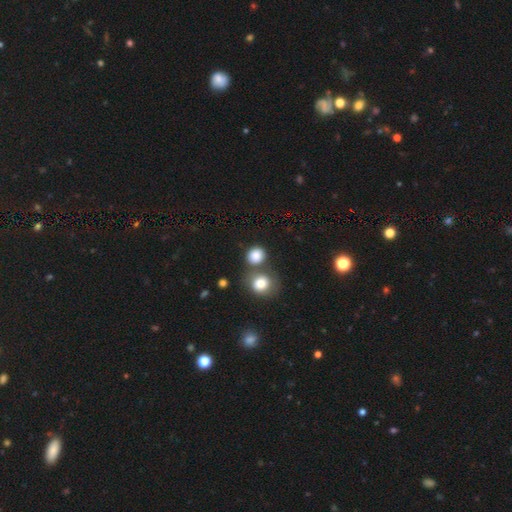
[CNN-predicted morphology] smooth_or_featured: smooth (p=0.84) [alt: star or artifact p=0.10]
how_rounded: round (p=0.80) [alt: in between p=0.19]
merging: none (p=0.60) [alt: merger p=0.25]